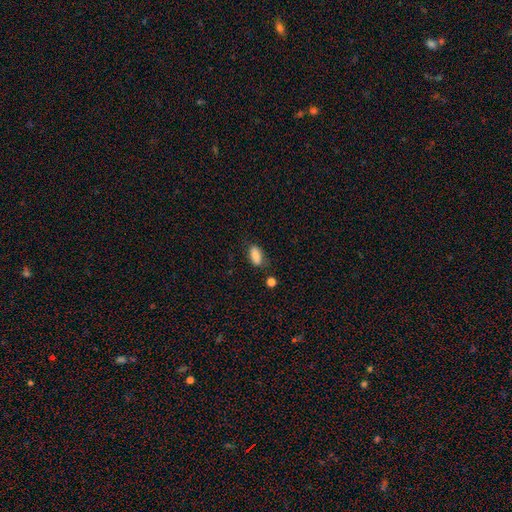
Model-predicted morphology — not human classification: smooth-or-featured: smooth: 85% | star or artifact: 8% | featured or disk: 7%
  how-rounded: in between: 88% | cigar-shaped: 7% | round: 5%
  merging: none: 71% | minor disturbance: 19% | major disturbance: 5% | merger: 5%